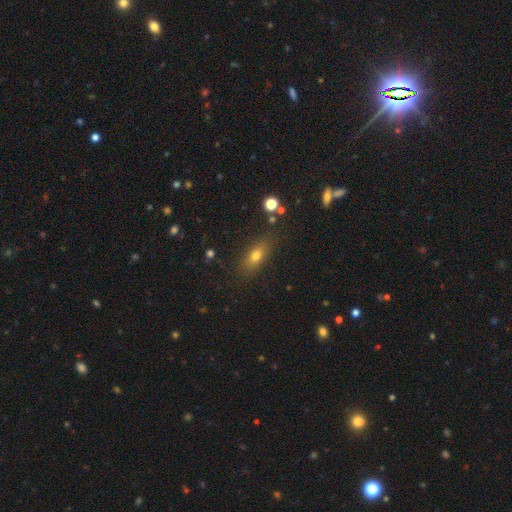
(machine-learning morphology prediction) smooth 69%, featured or disk 18%, star or artifact 13%. Down the decision tree: how rounded — in between (66%); merging — none (79%).